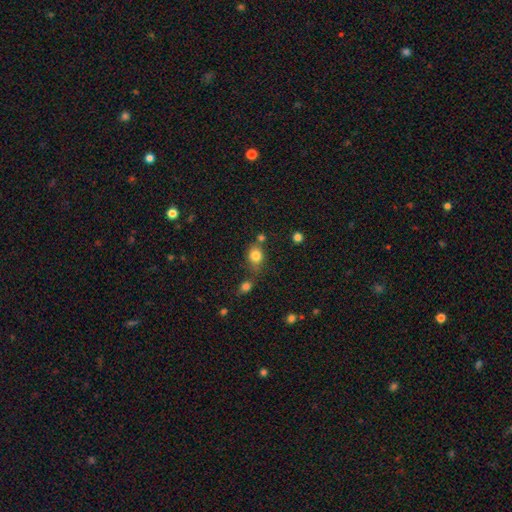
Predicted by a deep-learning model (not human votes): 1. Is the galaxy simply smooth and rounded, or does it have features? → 82% smooth, 11% star or artifact, 7% featured or disk.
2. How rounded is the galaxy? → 60% round, 39% in between, 1% cigar-shaped.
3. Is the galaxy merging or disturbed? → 59% none, 18% merger, 17% minor disturbance, 6% major disturbance.